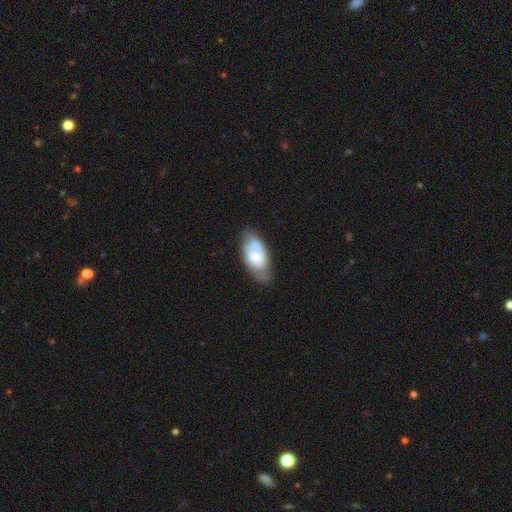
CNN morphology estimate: This appears to be a smooth galaxy with no disk features (53%) that is in between round and cigar-shaped (92%). Merging: none (52%).